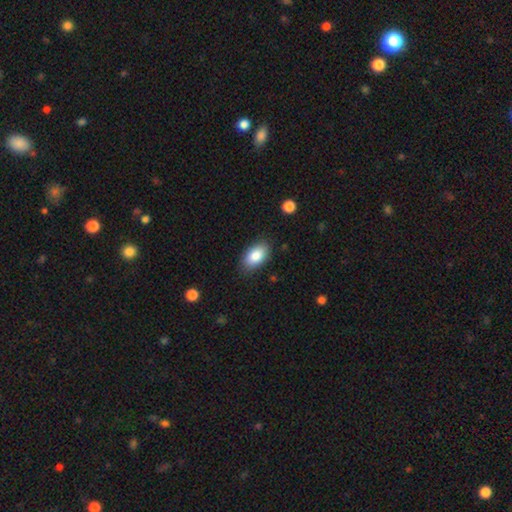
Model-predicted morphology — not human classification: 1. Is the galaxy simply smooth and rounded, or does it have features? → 85% smooth, 8% featured or disk, 7% star or artifact.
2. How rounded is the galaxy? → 93% in between, 5% round, 2% cigar-shaped.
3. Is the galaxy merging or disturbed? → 84% none, 12% minor disturbance, 3% major disturbance, 1% merger.